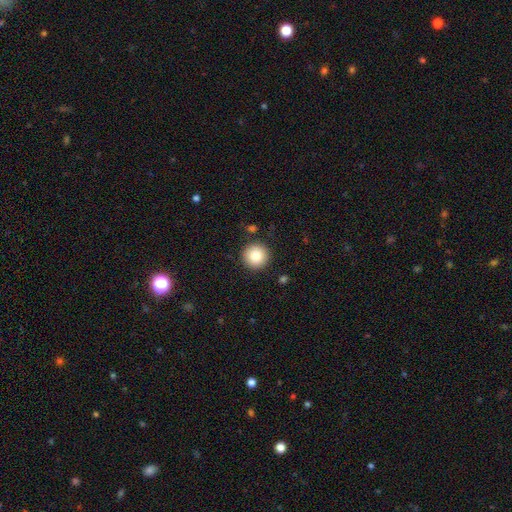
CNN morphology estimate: Q: Smooth or featured?
A: smooth (86%); runner-up: star or artifact (9%)
Q: How rounded?
A: round (96%); runner-up: in between (3%)
Q: Merging?
A: none (90%); runner-up: minor disturbance (6%)